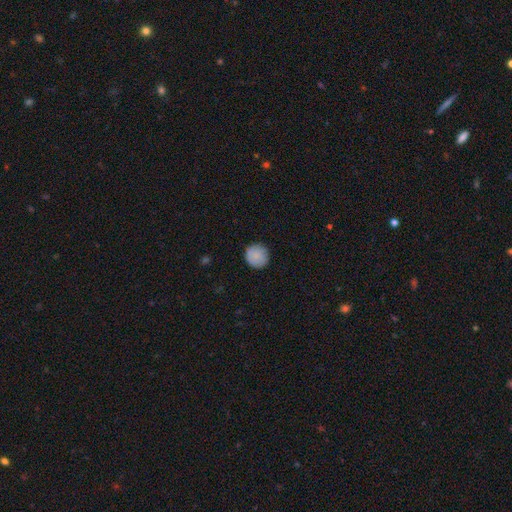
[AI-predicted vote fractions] smooth-or-featured: smooth: 86% | featured or disk: 7% | star or artifact: 6%
  how-rounded: round: 95% | in between: 4% | cigar-shaped: 1%
  merging: none: 89% | minor disturbance: 8% | major disturbance: 2% | merger: 1%